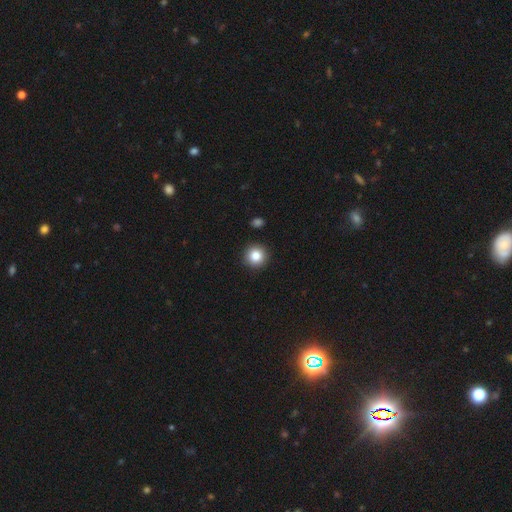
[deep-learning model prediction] smooth_or_featured: smooth (p=0.85) [alt: star or artifact p=0.10]
how_rounded: round (p=0.95) [alt: in between p=0.04]
merging: none (p=0.92) [alt: minor disturbance p=0.05]